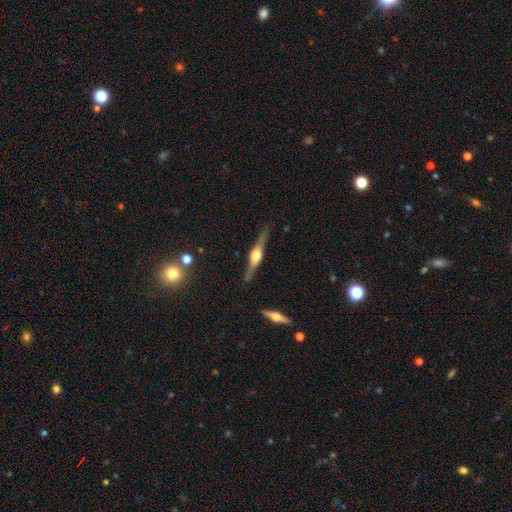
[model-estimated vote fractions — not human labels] Morphology: type=featured or disk (80%); edge-on=yes (97%); edge-on bulge=rounded (89%); merging=none (84%).